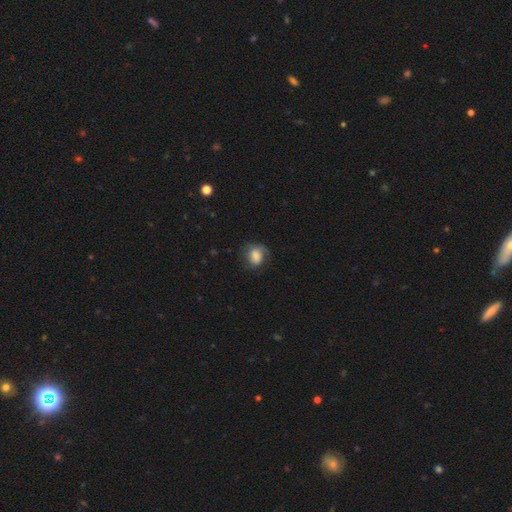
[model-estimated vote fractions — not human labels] This appears to be a smooth galaxy with no disk features (59%) that is round (58%). Merging: none (56%).